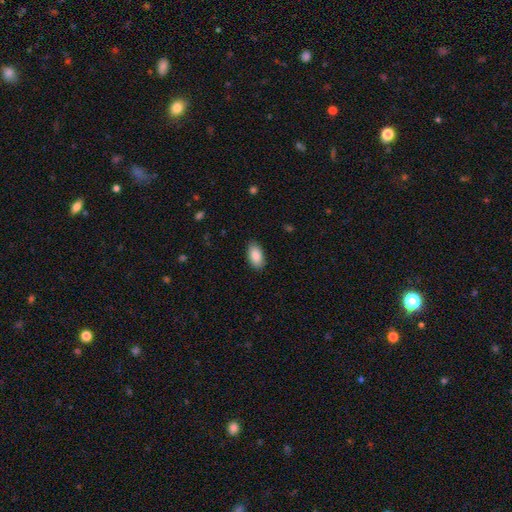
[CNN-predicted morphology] This appears to be a smooth galaxy with no disk features (88%) that is in between round and cigar-shaped (94%). Merging: none (87%).